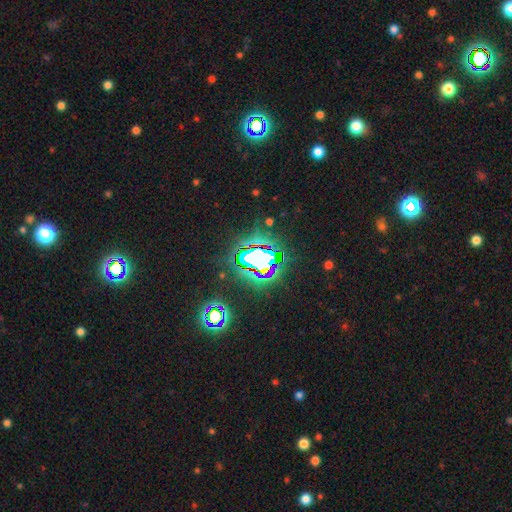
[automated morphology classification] Smooth or featured? star or artifact (79%)